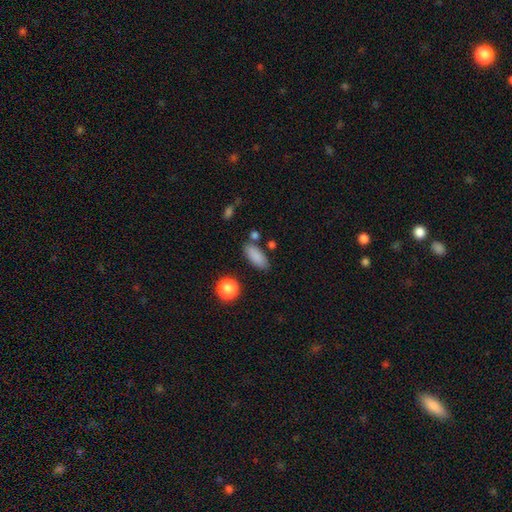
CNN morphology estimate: This is clearly a smooth galaxy (86%). How rounded: likely in between (80%). Merging: likely none (78%).